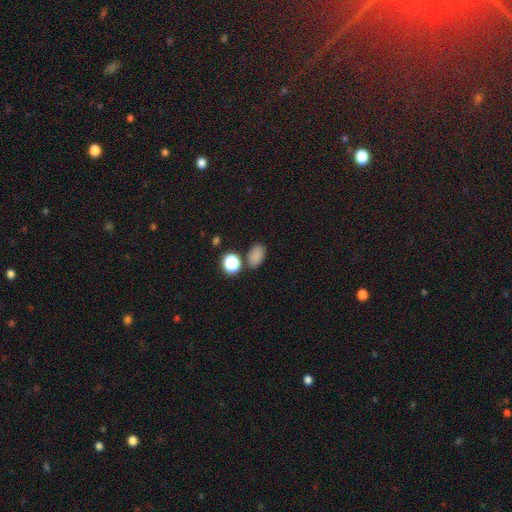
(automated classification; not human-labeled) Smooth or featured? smooth (81%)
How rounded? in between (86%)
Merging? none (79%)